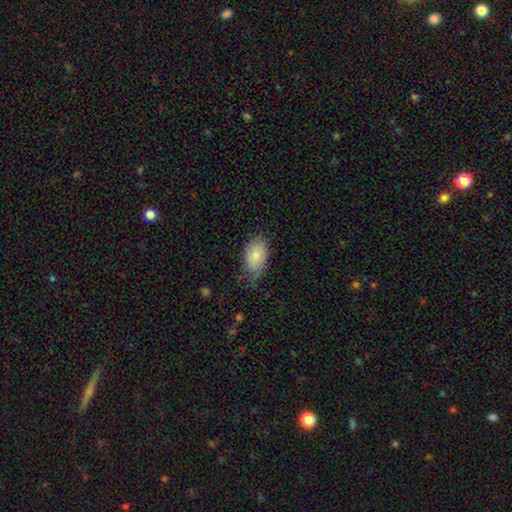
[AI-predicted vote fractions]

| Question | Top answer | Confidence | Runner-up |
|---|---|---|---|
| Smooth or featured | smooth | 81% | featured or disk (12%) |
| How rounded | in between | 92% | round (6%) |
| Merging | none | 49% | minor disturbance (37%) |